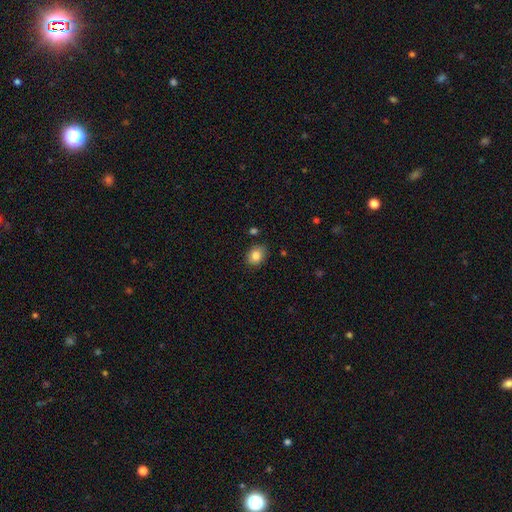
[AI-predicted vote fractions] The model was most divided on "how rounded": in between: 58%, round: 41%, cigar-shaped: 1%. More confident: merging — none (84%); smooth or featured — smooth (83%).